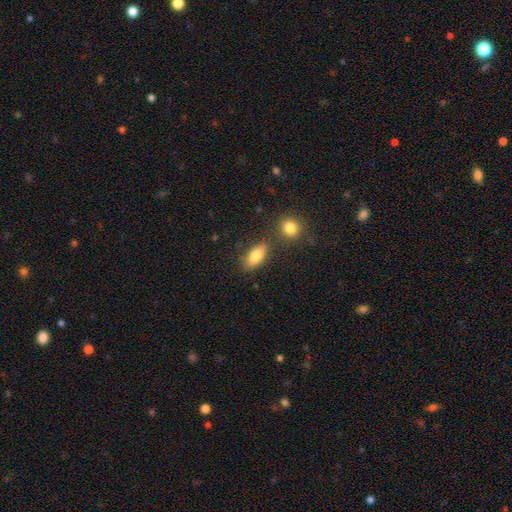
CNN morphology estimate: Smooth or featured? smooth (80%)
How rounded? in between (86%)
Merging? none (72%)